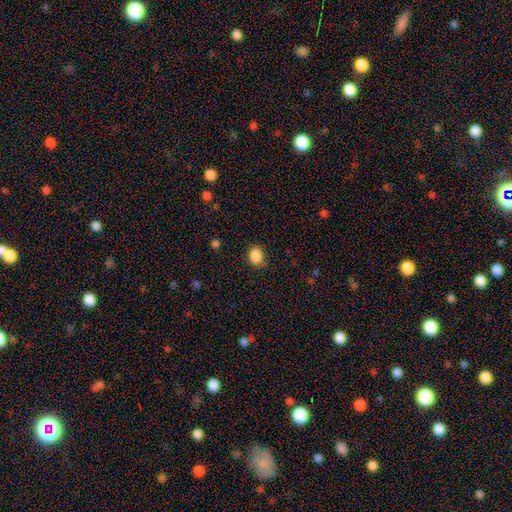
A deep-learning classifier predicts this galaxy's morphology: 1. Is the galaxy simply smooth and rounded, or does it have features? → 88% smooth, 9% star or artifact, 3% featured or disk.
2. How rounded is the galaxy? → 66% in between, 33% round, 1% cigar-shaped.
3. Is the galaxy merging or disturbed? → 81% none, 14% minor disturbance, 3% major disturbance, 1% merger.